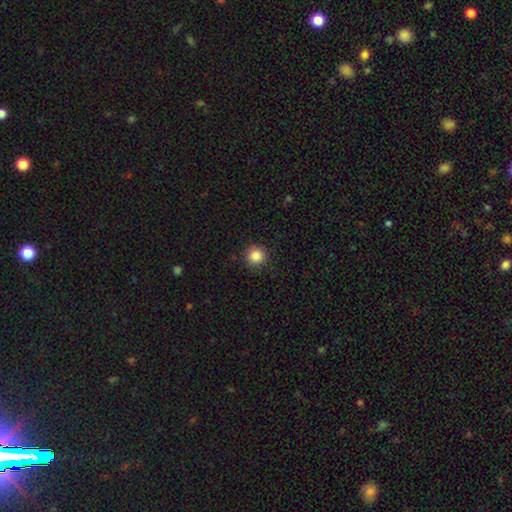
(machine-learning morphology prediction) A smooth galaxy with no disk features (87%) that is round (95%). Merging: none (91%).